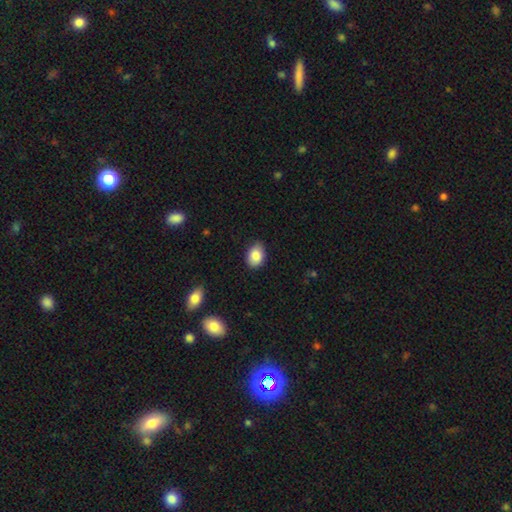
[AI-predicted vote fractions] smooth_or_featured: smooth (p=0.86) [alt: star or artifact p=0.08]
how_rounded: in between (p=0.75) [alt: round p=0.23]
merging: none (p=0.76) [alt: minor disturbance p=0.20]